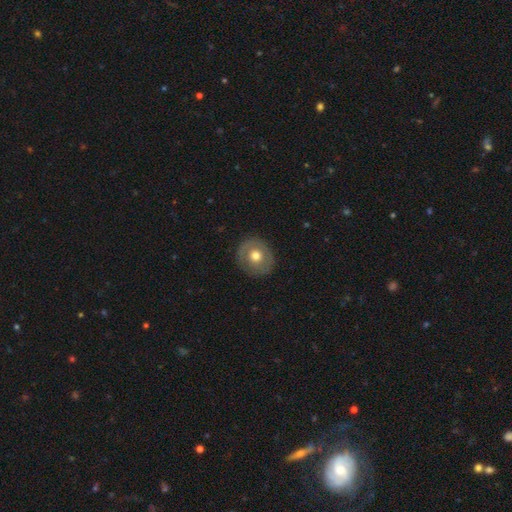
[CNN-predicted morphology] Smooth or featured?
  - smooth: 57% *
  - featured or disk: 36%
  - star or artifact: 7%
How rounded?
  - round: 86% *
  - in between: 13%
  - cigar-shaped: 1%
Merging?
  - none: 86% *
  - minor disturbance: 10%
  - major disturbance: 3%
  - merger: 1%